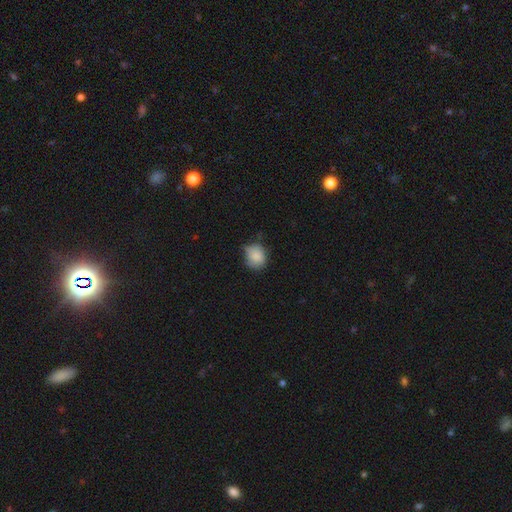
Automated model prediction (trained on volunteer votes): A smooth galaxy with no disk features (82%) that is round (65%).

Vote fractions:
- Smooth or featured? smooth: 82% / featured or disk: 10% / star or artifact: 9%
- How rounded? round: 65% / in between: 35% / cigar-shaped: 1%
- Merging? none: 50% / minor disturbance: 39% / major disturbance: 9% / merger: 2%